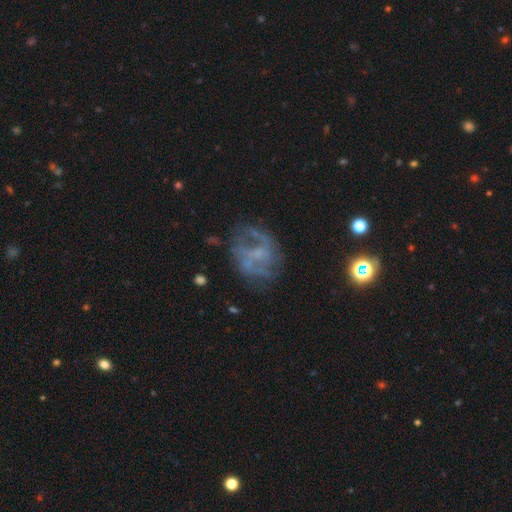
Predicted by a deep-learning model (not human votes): A featured or disk galaxy (72%) with no bar (56%), spiral arms (64%) and no central bulge (47%). Merging: none (57%).